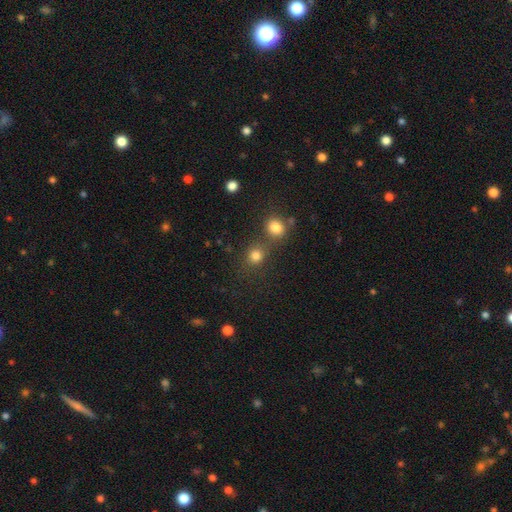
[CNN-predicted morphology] type=smooth (79%); roundness=round (82%); merging=none (61%).